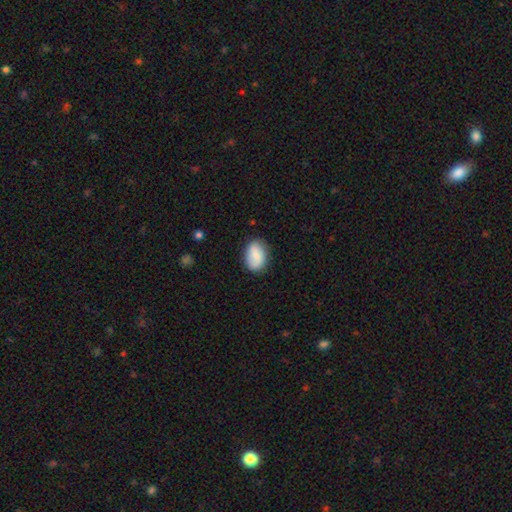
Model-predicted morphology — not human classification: type=smooth (73%); roundness=in between (82%); merging=none (80%).